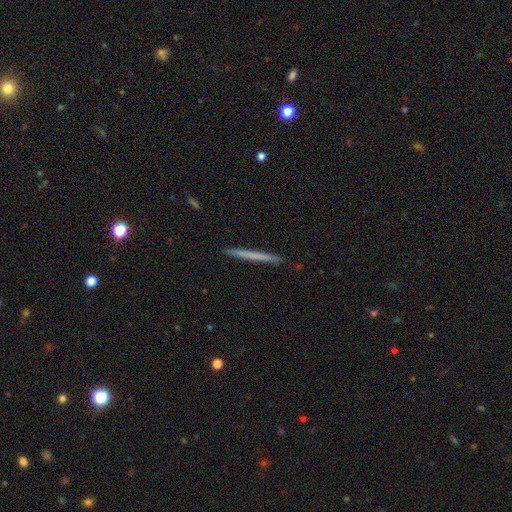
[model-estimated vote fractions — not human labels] Morphology: type=smooth (58%); roundness=cigar-shaped (97%); merging=none (91%).